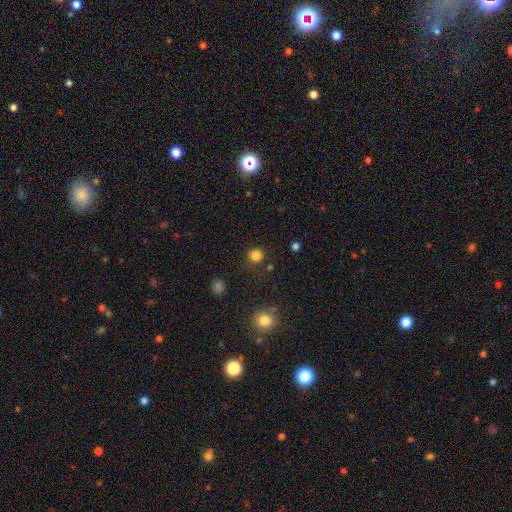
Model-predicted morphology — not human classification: This is clearly a smooth galaxy (83%). How rounded: clearly round (93%). Merging: clearly none (87%).